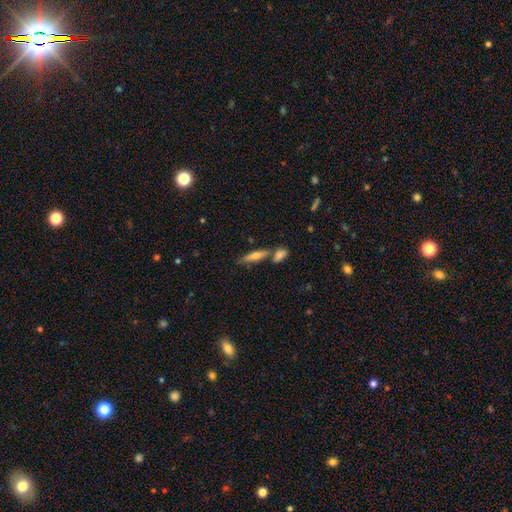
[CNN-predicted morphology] A smooth galaxy with no disk features (46%). Merging: none (63%).